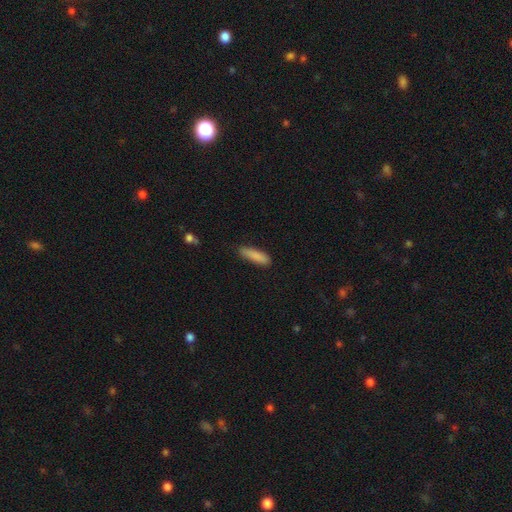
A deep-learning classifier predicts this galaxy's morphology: The model was most divided on "how rounded": cigar-shaped: 66%, in between: 33%, round: 1%. More confident: smooth or featured — smooth (88%); merging — none (84%).